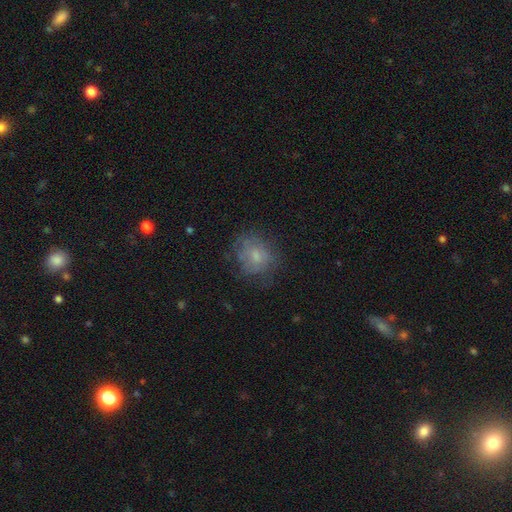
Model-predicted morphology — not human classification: A smooth galaxy with no disk features (60%) that is round (69%). Merging: none (63%).